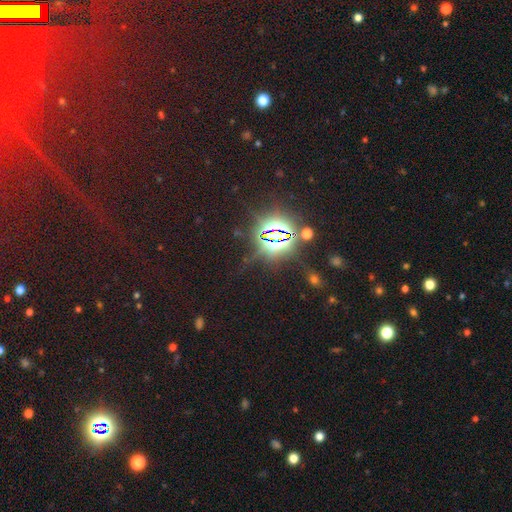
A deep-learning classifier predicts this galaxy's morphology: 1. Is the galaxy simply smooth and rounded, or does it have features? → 83% star or artifact, 10% smooth, 7% featured or disk.